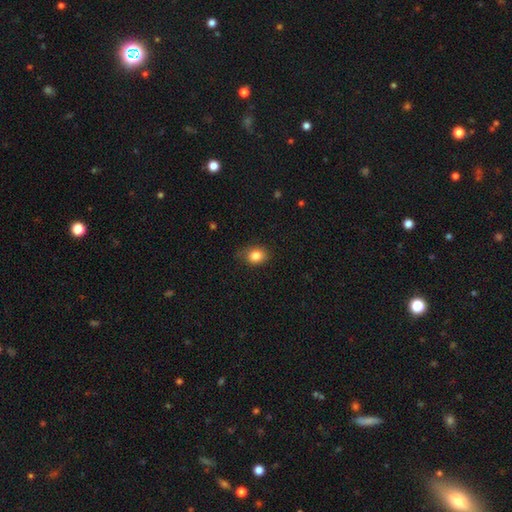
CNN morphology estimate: type=smooth (84%); roundness=in between (55%); merging=none (74%).